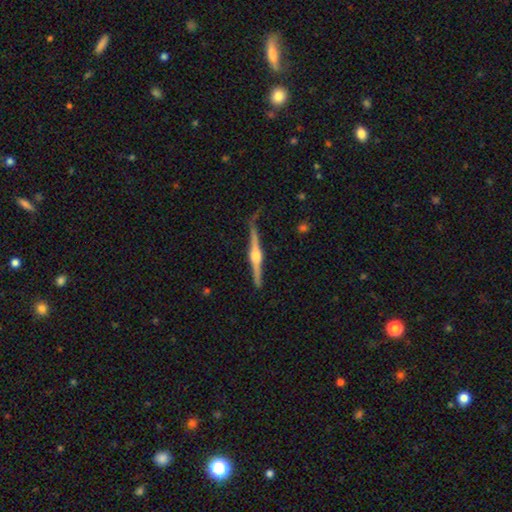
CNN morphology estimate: Q: Smooth or featured?
A: featured or disk (83%); runner-up: smooth (11%)
Q: Edge-on disk?
A: yes (98%); runner-up: no (2%)
Q: Edge-on bulge?
A: rounded (92%); runner-up: boxy (6%)
Q: Merging?
A: none (83%); runner-up: minor disturbance (13%)